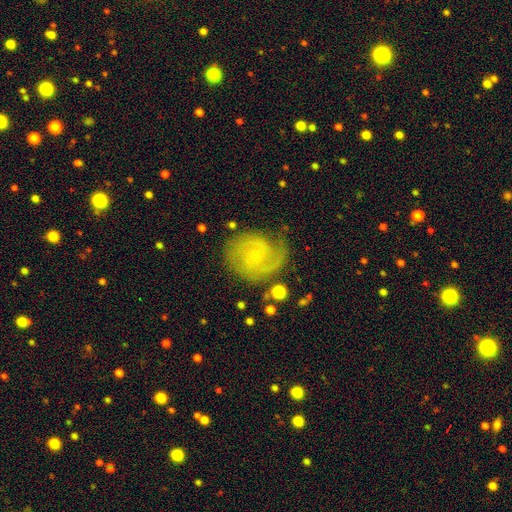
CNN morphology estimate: This is likely a featured or disk galaxy (78%). It is clearly not viewed edge-on (98%). Bar: likely no (65%). Spiral arm pattern: clearly yes (94%). Spiral arm count: possibly 2 (58%). Spiral winding: possibly tight (46%). Central bulge: clearly small (81%). Merging: likely none (70%).